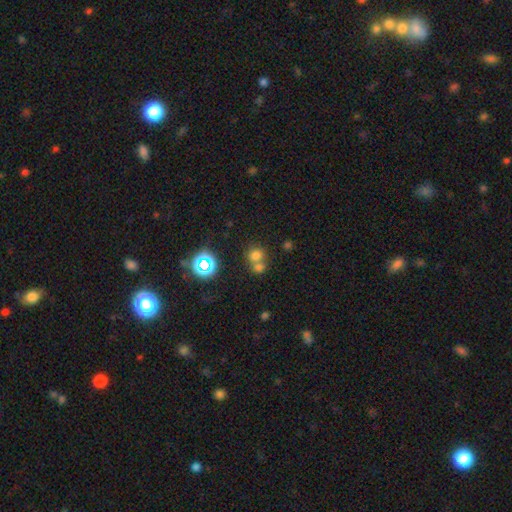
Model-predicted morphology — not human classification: A smooth galaxy with no disk features (67%) that is round (77%). Merging: merger (48%).